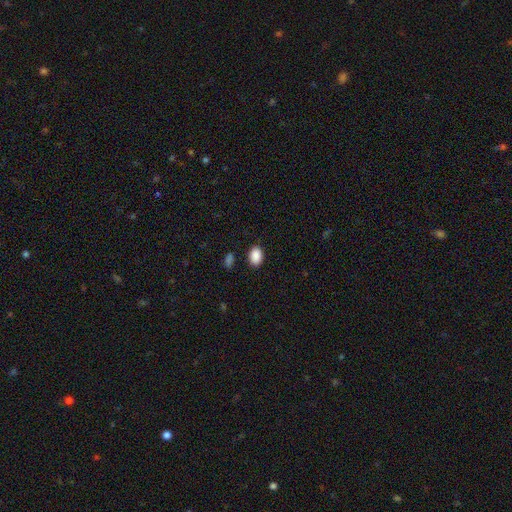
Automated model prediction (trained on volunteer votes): Morphology: type=smooth (89%); roundness=in between (81%); merging=none (86%).